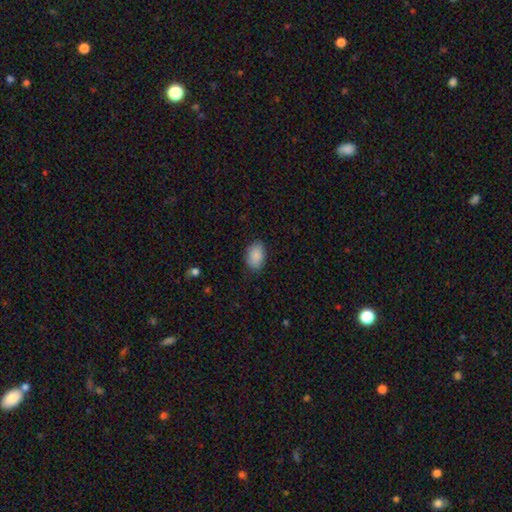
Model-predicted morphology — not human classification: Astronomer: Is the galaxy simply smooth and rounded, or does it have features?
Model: smooth — 89%.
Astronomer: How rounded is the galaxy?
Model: in between — 89%.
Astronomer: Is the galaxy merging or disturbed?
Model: none — 83%.